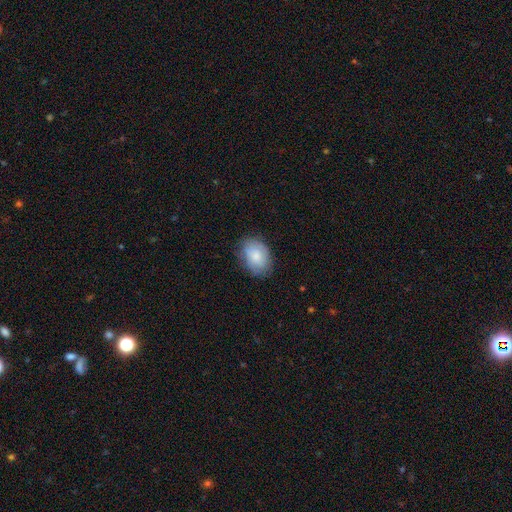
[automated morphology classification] This is likely a smooth galaxy (75%). How rounded: likely in between (80%). Merging: likely none (76%).